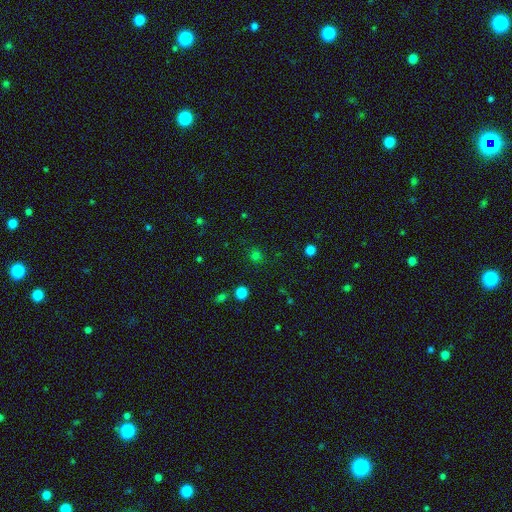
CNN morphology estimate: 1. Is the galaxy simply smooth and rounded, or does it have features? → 71% smooth, 25% star or artifact, 5% featured or disk.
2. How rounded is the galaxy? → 89% round, 10% in between, 1% cigar-shaped.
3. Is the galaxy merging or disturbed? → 85% none, 9% minor disturbance, 4% major disturbance, 2% merger.